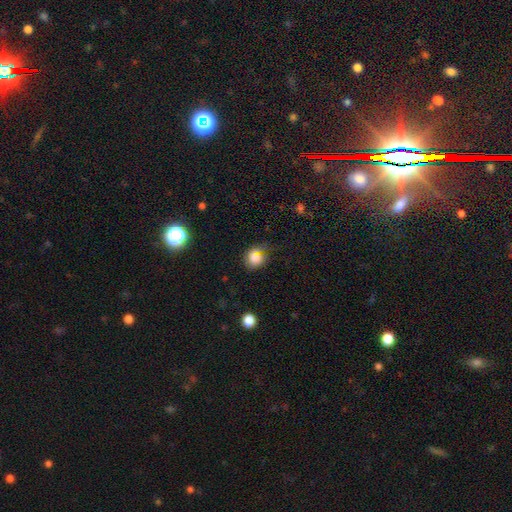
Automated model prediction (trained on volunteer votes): Morphology: type=smooth (66%); roundness=round (68%); merging=none (70%).